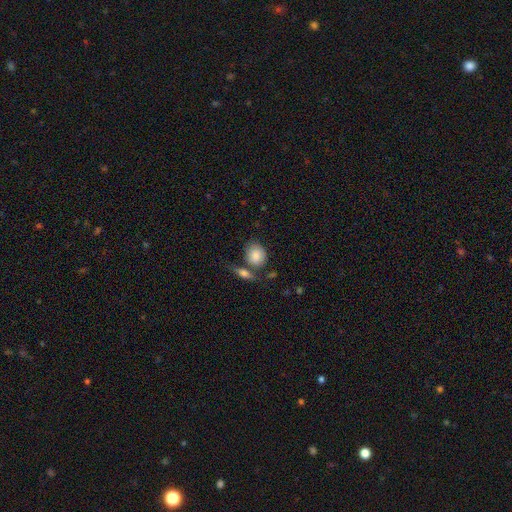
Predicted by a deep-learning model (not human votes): Morphology: type=smooth (85%); roundness=round (61%); merging=none (53%).